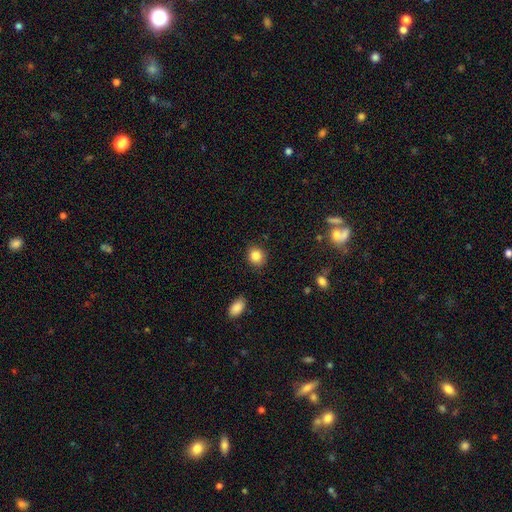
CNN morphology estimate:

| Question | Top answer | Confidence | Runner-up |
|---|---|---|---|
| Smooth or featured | smooth | 84% | star or artifact (10%) |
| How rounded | round | 77% | in between (22%) |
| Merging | none | 88% | minor disturbance (9%) |